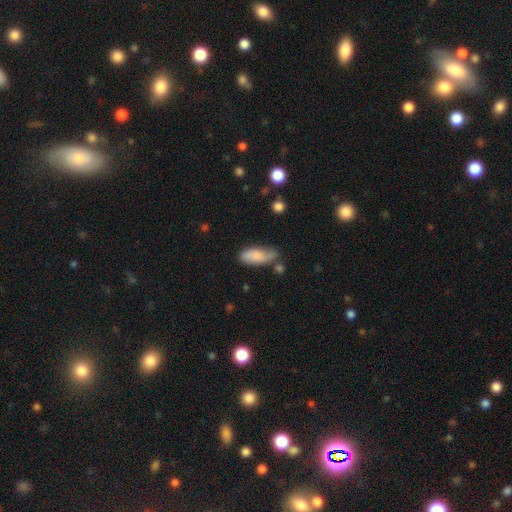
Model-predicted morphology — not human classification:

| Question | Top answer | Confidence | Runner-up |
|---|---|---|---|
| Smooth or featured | smooth | 78% | featured or disk (16%) |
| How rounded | in between | 83% | cigar-shaped (14%) |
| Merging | none | 53% | minor disturbance (31%) |